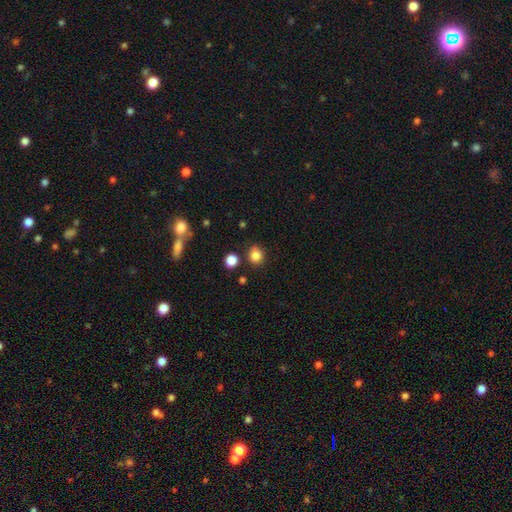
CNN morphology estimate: Q: Smooth or featured?
A: smooth (83%); runner-up: star or artifact (12%)
Q: How rounded?
A: round (79%); runner-up: in between (20%)
Q: Merging?
A: none (81%); runner-up: minor disturbance (11%)